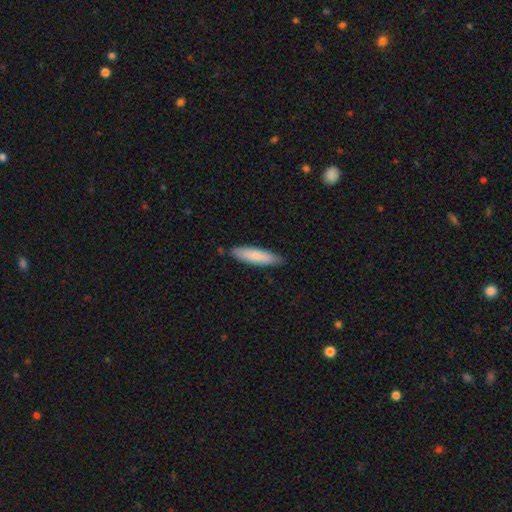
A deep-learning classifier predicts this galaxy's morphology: This appears to be a smooth galaxy with no disk features (80%) that is cigar-shaped (74%). Merging: none (86%).